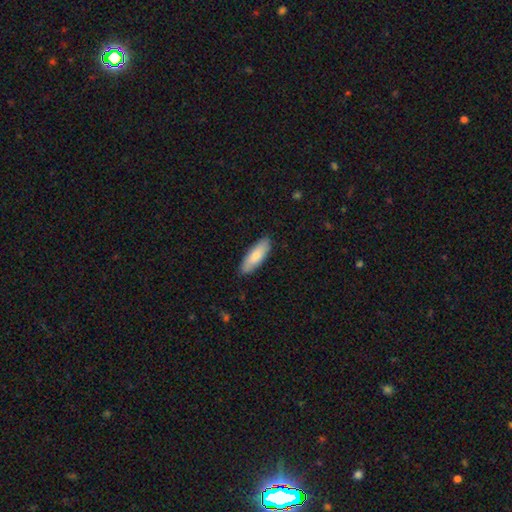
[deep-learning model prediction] smooth_or_featured: smooth (p=0.79) [alt: featured or disk p=0.16]
how_rounded: in between (p=0.59) [alt: cigar-shaped p=0.39]
merging: none (p=0.88) [alt: minor disturbance p=0.09]